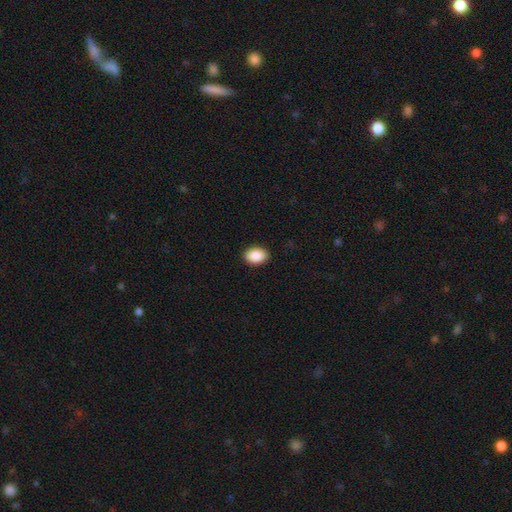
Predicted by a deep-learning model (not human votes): This appears to be a smooth galaxy with no disk features (90%) that is in between round and cigar-shaped (80%). Merging: none (90%).